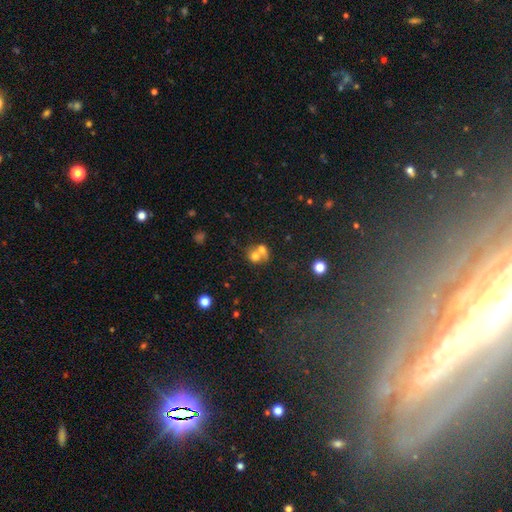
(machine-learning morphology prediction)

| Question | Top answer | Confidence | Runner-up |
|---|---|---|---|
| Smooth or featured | smooth | 66% | featured or disk (21%) |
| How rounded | round | 67% | in between (32%) |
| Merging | merger | 67% | none (23%) |